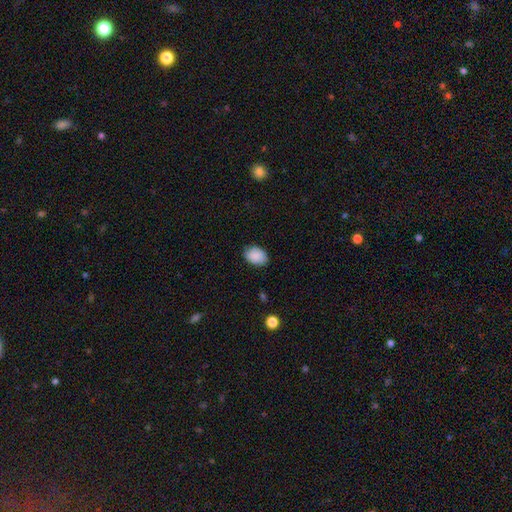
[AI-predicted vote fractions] Smooth or featured? Predicted: smooth (p=0.87). How rounded? Predicted: in between (p=0.77). Merging? Predicted: none (p=0.77).